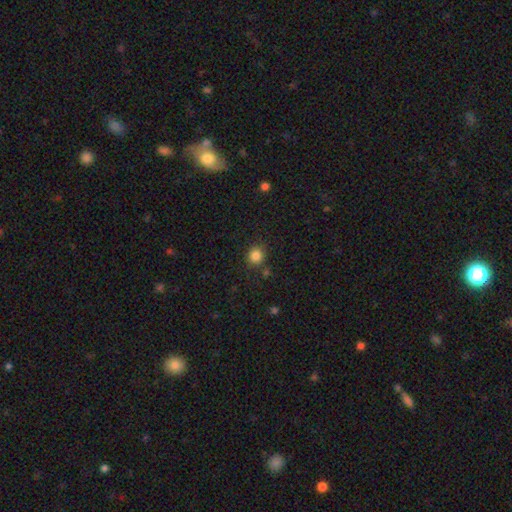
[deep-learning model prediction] smooth-or-featured: smooth: 84% | star or artifact: 12% | featured or disk: 4%
  how-rounded: round: 88% | in between: 11% | cigar-shaped: 1%
  merging: none: 83% | minor disturbance: 9% | merger: 5% | major disturbance: 3%